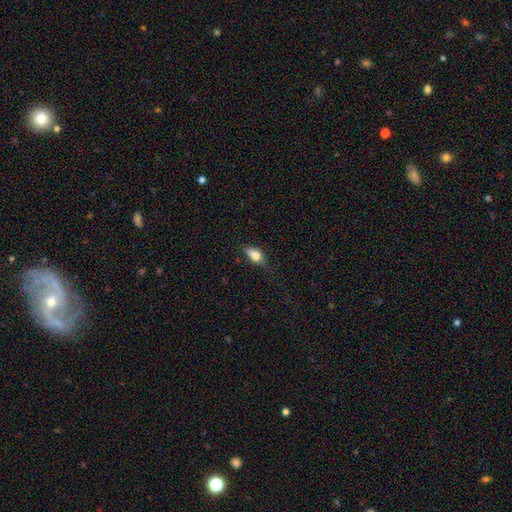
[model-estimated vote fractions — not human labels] Smooth or featured?
  - smooth: 77% *
  - featured or disk: 15%
  - star or artifact: 9%
How rounded?
  - in between: 83% *
  - cigar-shaped: 9%
  - round: 8%
Merging?
  - none: 67% *
  - minor disturbance: 25%
  - major disturbance: 7%
  - merger: 2%